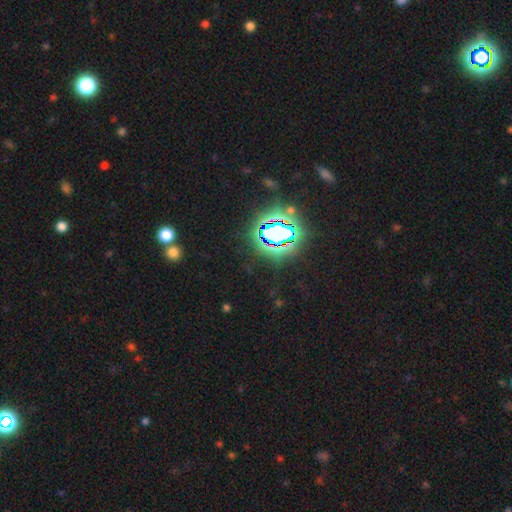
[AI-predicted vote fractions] star or artifact 81%, smooth 11%, featured or disk 7%.